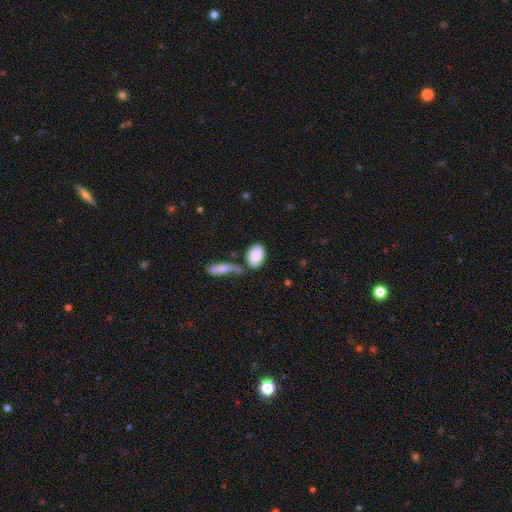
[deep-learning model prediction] This is clearly a smooth galaxy (84%). How rounded: clearly in between (89%). Merging: possibly none (49%).